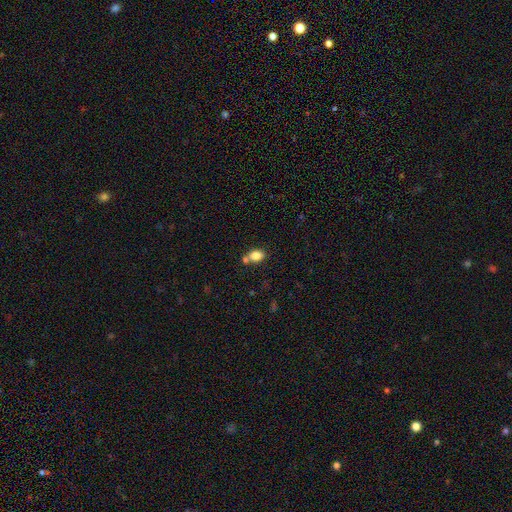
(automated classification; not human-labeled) smooth 83%, star or artifact 10%, featured or disk 7%. Down the decision tree: how rounded — in between (74%); merging — none (61%).